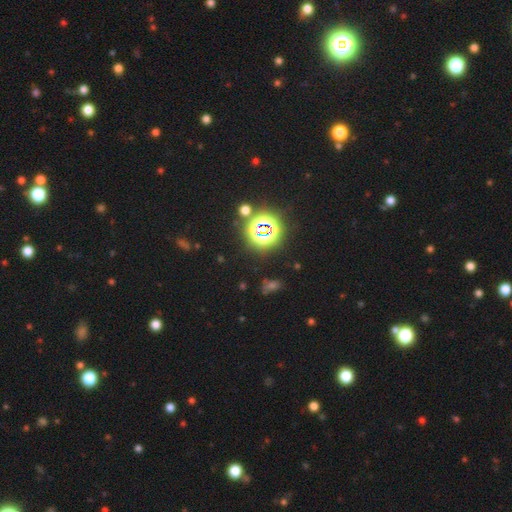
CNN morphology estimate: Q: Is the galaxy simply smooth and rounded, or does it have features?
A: star or artifact — 80%.